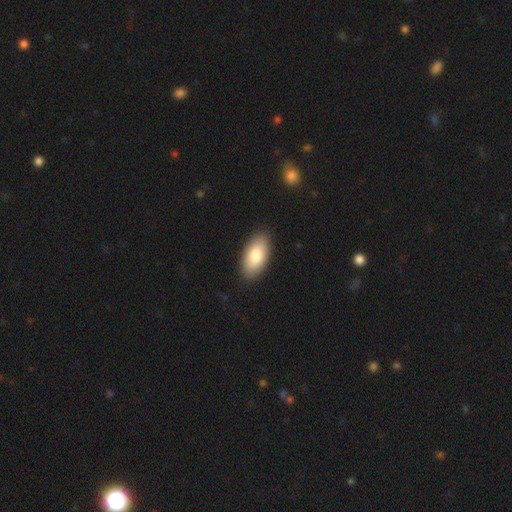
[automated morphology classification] The model was most divided on "smooth or featured": smooth: 83%, featured or disk: 11%, star or artifact: 6%. More confident: how rounded — in between (93%); merging — none (89%).